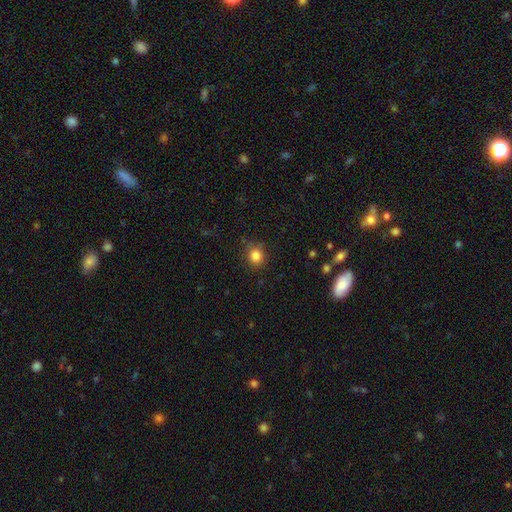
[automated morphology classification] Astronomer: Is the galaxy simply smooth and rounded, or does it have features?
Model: smooth — 84%.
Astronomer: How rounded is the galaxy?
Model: round — 80%.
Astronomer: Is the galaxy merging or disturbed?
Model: none — 83%.